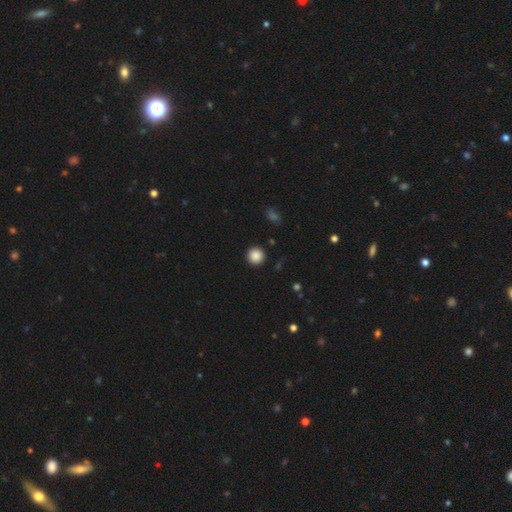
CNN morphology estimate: Overall: smooth (87%). How rounded: round (96%). Merging: none (92%).